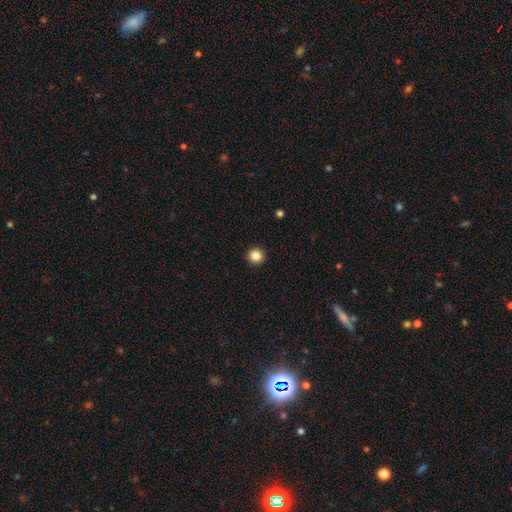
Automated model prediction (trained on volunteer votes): smooth_or_featured: smooth (p=0.86) [alt: star or artifact p=0.10]
how_rounded: round (p=0.94) [alt: in between p=0.05]
merging: none (p=0.93) [alt: minor disturbance p=0.04]